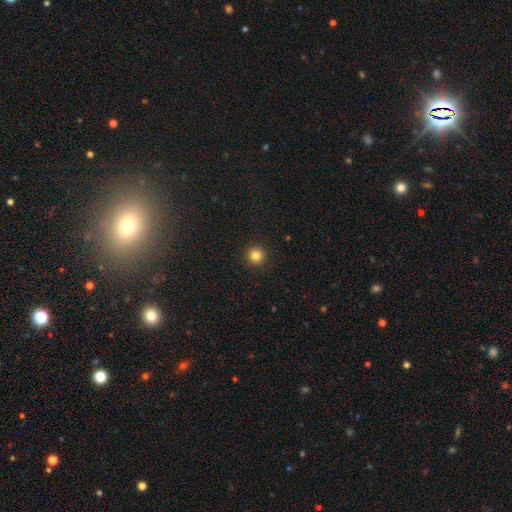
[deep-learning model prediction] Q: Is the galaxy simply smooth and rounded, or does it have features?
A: smooth — 84%.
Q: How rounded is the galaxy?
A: round — 96%.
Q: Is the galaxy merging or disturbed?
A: none — 93%.